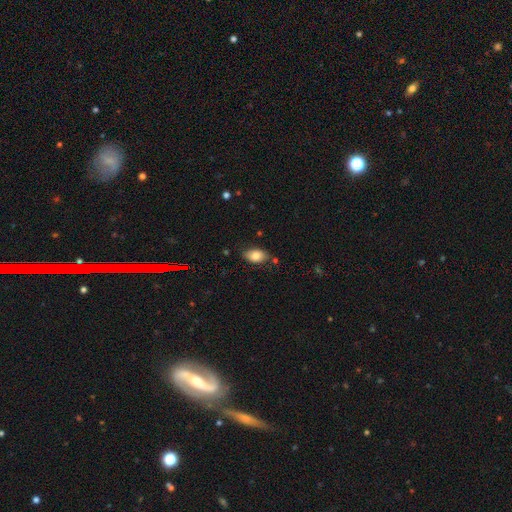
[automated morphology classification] smooth 82%, featured or disk 10%, star or artifact 8%. Down the decision tree: how rounded — in between (92%); merging — none (77%).